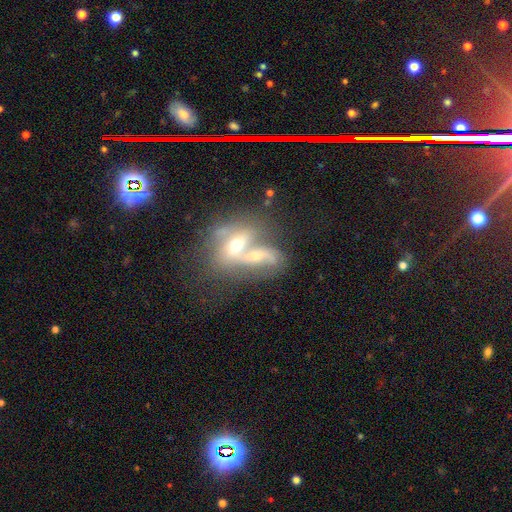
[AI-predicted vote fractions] smooth_or_featured: featured or disk (p=0.63) [alt: smooth p=0.28]
disk_edge_on: no (p=0.93) [alt: yes p=0.07]
bar: no (p=0.49) [alt: weak p=0.34]
has_spiral_arms: yes (p=0.76) [alt: no p=0.24]
bulge_size: moderate (p=0.58) [alt: small p=0.33]
merging: merger (p=0.73) [alt: none p=0.16]